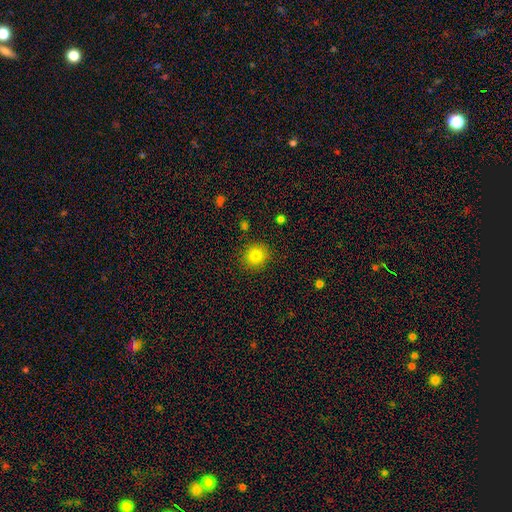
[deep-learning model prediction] This appears to be a smooth galaxy with no disk features (82%) that is round (89%). Merging: none (89%).